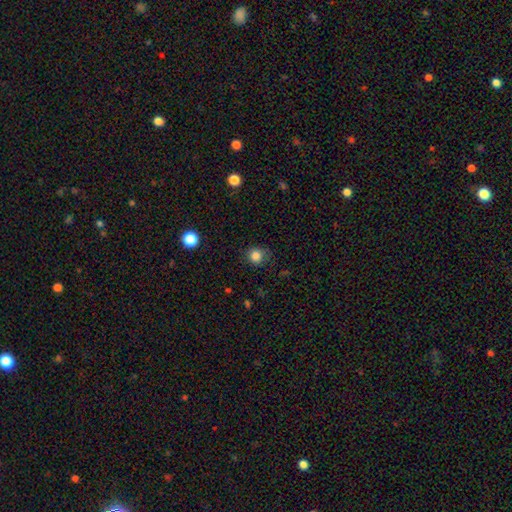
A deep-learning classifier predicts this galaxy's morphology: Smooth or featured: smooth — 84% (star or artifact — 12%)
How rounded: round — 88% (in between — 11%)
Merging: none — 78% (minor disturbance — 16%)